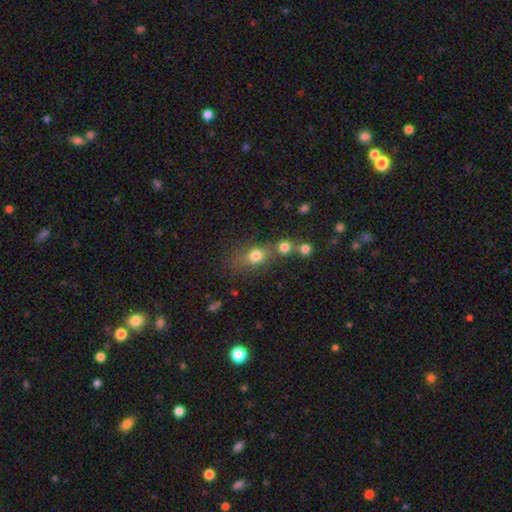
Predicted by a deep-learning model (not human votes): The model was most divided on "merging": none: 46%, merger: 34%, minor disturbance: 12%, major disturbance: 8%. More confident: smooth or featured — smooth (75%); how rounded — round (60%).